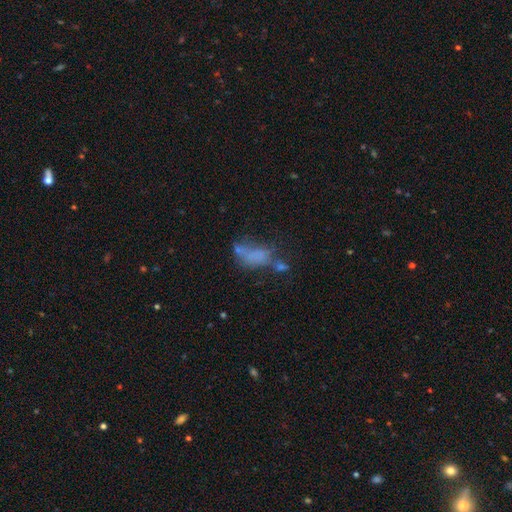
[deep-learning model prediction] Smooth or featured? Predicted: smooth (p=0.52). How rounded? Predicted: in between (p=0.81). Merging? Predicted: merger (p=0.29).